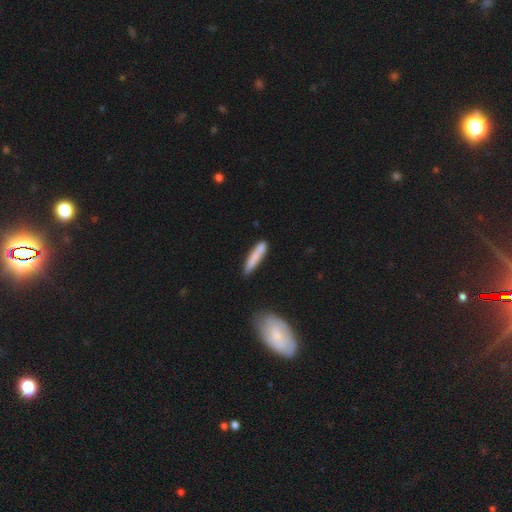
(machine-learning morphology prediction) Smooth or featured: smooth — 77% (featured or disk — 17%)
How rounded: cigar-shaped — 92% (in between — 7%)
Merging: none — 78% (minor disturbance — 15%)